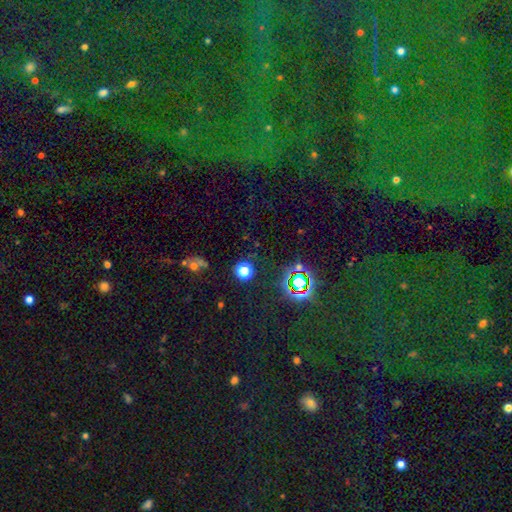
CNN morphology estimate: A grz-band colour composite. It shows a star or artifact, not a galaxy (74%).